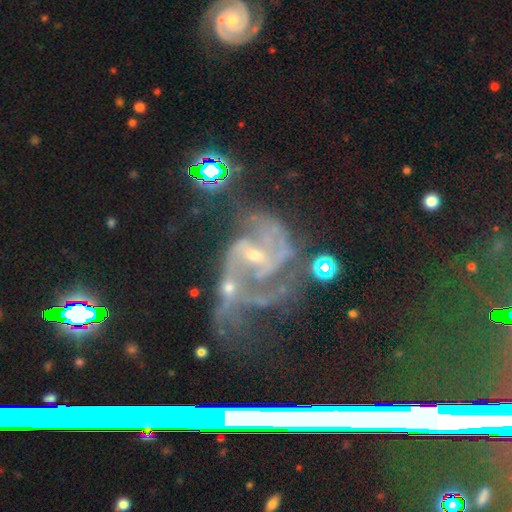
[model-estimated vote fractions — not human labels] Morphology: type=featured or disk (85%); edge-on=no (98%); bar=weak (44%); spiral arms=yes (93%); winding=medium (50%); arm count=2 (55%); bulge=small (69%); merging=major disturbance (34%).